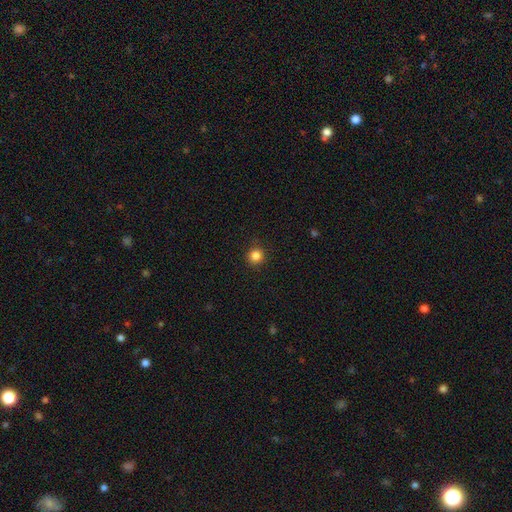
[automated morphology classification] Q: Smooth or featured?
A: smooth (85%); runner-up: star or artifact (11%)
Q: How rounded?
A: round (94%); runner-up: in between (5%)
Q: Merging?
A: none (91%); runner-up: minor disturbance (6%)